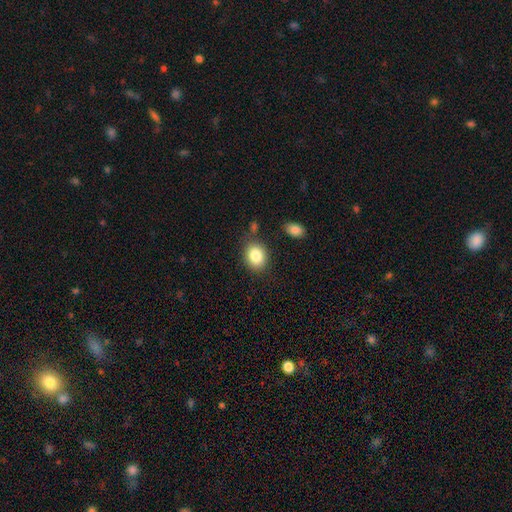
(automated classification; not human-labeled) This is clearly a smooth galaxy (85%). How rounded: possibly in between (50%). Merging: likely none (79%).